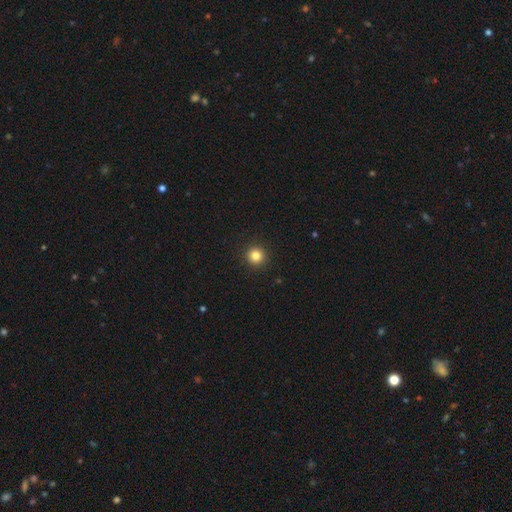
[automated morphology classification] Smooth or featured? smooth (83%)
How rounded? round (96%)
Merging? none (93%)